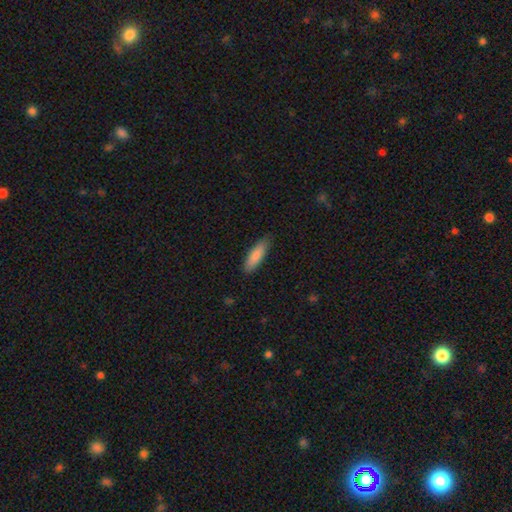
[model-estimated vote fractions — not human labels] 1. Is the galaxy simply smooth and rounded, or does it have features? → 85% smooth, 9% featured or disk, 6% star or artifact.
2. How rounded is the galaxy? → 56% cigar-shaped, 42% in between, 1% round.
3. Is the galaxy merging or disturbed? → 82% none, 15% minor disturbance, 2% major disturbance, 1% merger.